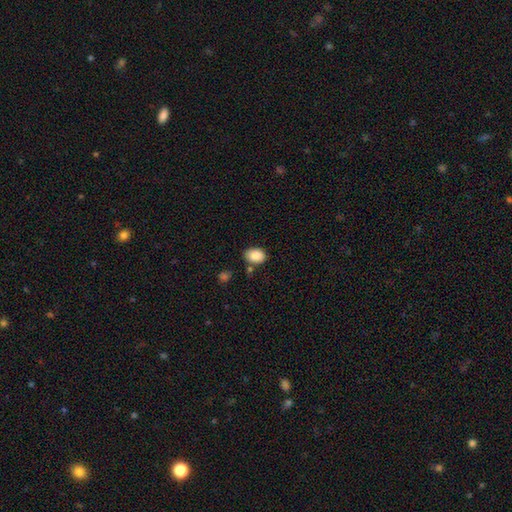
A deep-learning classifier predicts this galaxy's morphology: smooth-or-featured: smooth: 87% | star or artifact: 8% | featured or disk: 5%
  how-rounded: in between: 74% | round: 25% | cigar-shaped: 1%
  merging: none: 76% | minor disturbance: 14% | merger: 7% | major disturbance: 3%